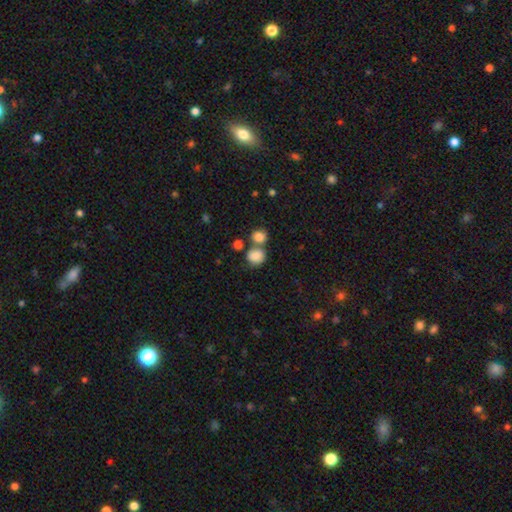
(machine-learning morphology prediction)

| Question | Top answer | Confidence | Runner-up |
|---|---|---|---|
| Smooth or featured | smooth | 82% | star or artifact (9%) |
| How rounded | round | 73% | in between (26%) |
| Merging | none | 43% | merger (38%) |